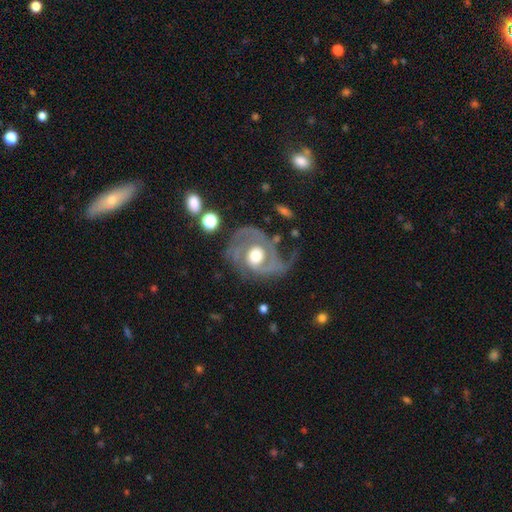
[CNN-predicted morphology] featured or disk 84%, smooth 10%, star or artifact 6%. Down the decision tree: edge-on disk — no (98%); bar — no (71%); spiral arms — yes (90%); spiral arm count — 2 (54%); spiral winding — medium (46%); bulge size — moderate (59%); merging — none (47%).